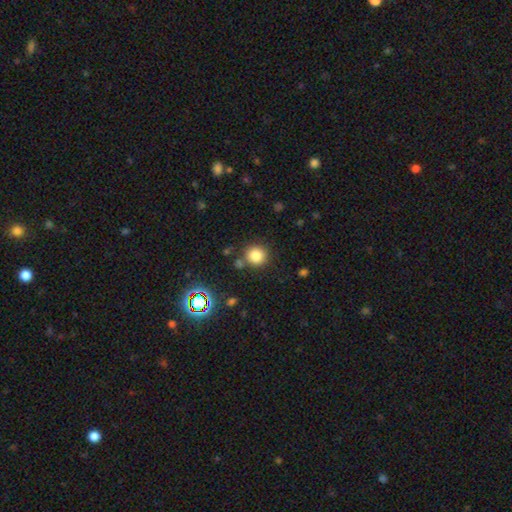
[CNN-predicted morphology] smooth-or-featured: smooth: 82% | star or artifact: 13% | featured or disk: 5%
  how-rounded: round: 92% | in between: 7% | cigar-shaped: 1%
  merging: none: 80% | minor disturbance: 9% | merger: 8% | major disturbance: 3%